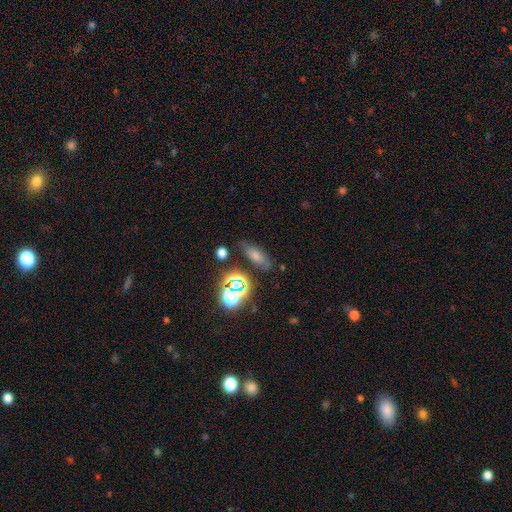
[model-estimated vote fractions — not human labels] The model was most divided on "smooth or featured": smooth: 45%, star or artifact: 34%, featured or disk: 21%. More confident: merging — none (78%).